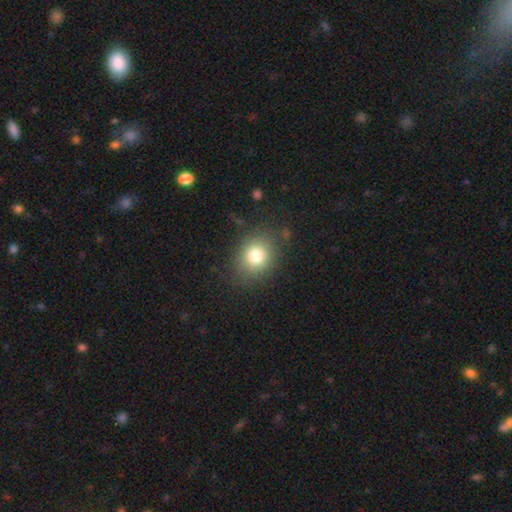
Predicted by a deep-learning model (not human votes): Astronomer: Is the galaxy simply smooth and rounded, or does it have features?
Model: smooth — 78%.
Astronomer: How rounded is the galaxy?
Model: round — 59% (runner-up: in between, 40%).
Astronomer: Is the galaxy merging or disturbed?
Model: none — 81%.